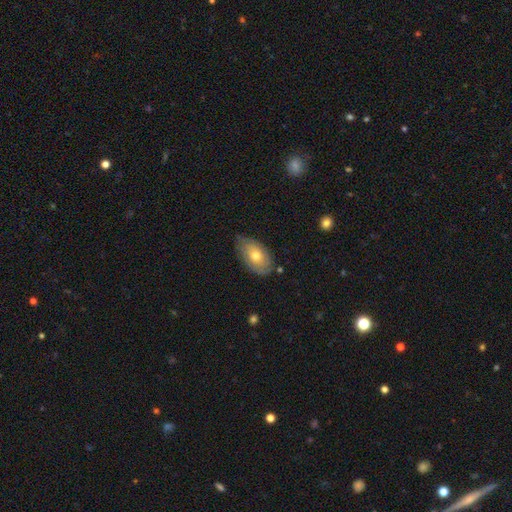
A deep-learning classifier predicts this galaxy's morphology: Q: Smooth or featured?
A: smooth (61%); runner-up: featured or disk (33%)
Q: How rounded?
A: in between (92%); runner-up: round (5%)
Q: Merging?
A: none (72%); runner-up: minor disturbance (22%)